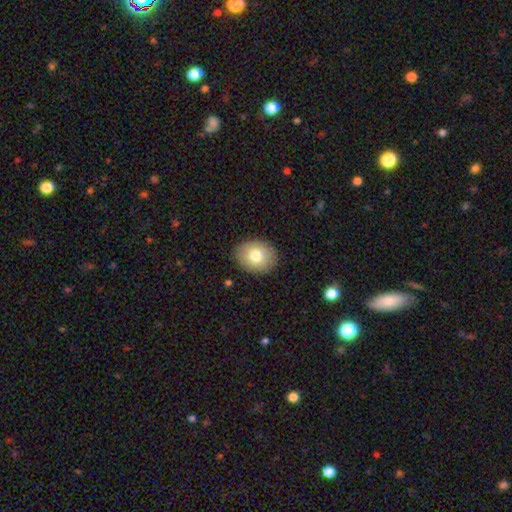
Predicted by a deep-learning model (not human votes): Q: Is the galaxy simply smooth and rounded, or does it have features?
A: smooth — 77%.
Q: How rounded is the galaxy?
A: in between — 50%.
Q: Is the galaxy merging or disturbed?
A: none — 89%.